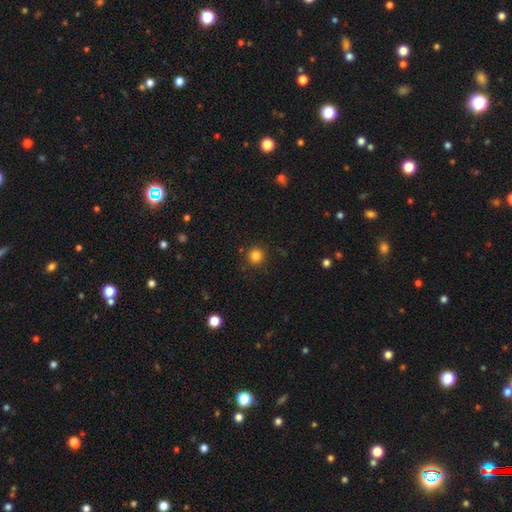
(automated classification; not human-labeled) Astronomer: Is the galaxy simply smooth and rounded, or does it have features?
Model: smooth — 84%.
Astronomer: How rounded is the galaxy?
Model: round — 94%.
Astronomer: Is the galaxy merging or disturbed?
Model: none — 89%.